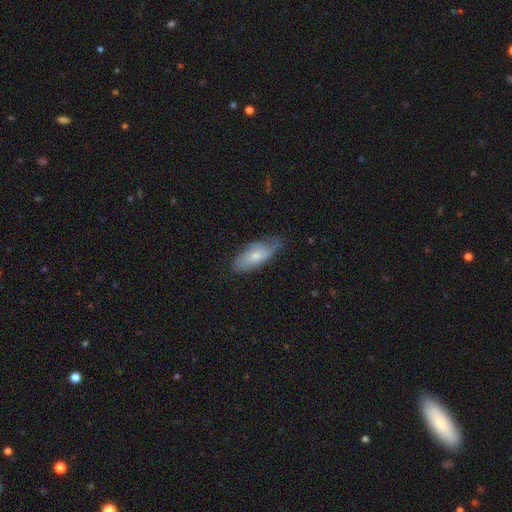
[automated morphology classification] Smooth or featured?
  - smooth: 50% *
  - featured or disk: 44%
  - star or artifact: 6%
Merging?
  - none: 59% *
  - minor disturbance: 31%
  - major disturbance: 8%
  - merger: 1%